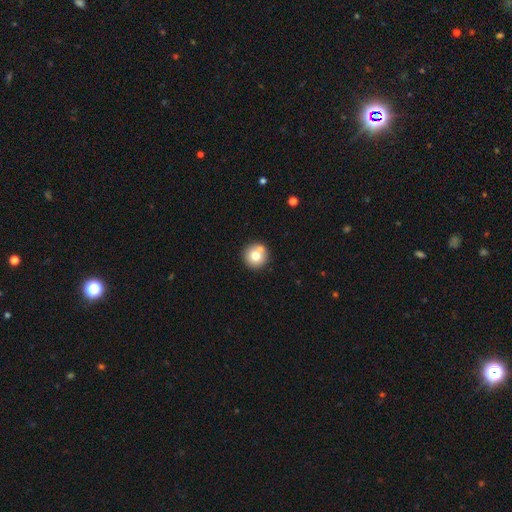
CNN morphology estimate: Smooth or featured: smooth — 73% (featured or disk — 16%)
How rounded: round — 95% (in between — 4%)
Merging: none — 74% (merger — 14%)